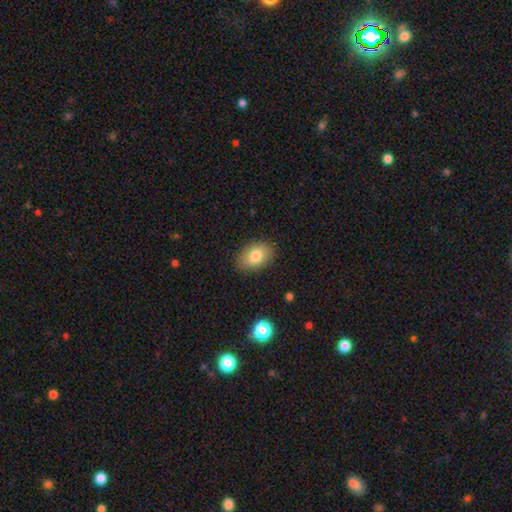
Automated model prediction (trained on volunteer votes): This appears to be a smooth galaxy with no disk features (81%) that is in between round and cigar-shaped (86%). Merging: none (87%).